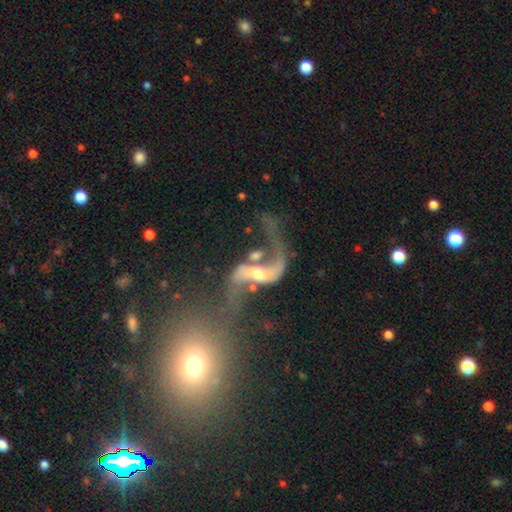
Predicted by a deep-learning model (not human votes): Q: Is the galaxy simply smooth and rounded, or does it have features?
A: featured or disk — 83%.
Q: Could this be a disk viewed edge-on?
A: no — 94%.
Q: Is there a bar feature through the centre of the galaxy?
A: no — 37%.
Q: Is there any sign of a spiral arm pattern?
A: yes — 87%.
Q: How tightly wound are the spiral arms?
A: loose — 91%.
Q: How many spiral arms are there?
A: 2 — 88%.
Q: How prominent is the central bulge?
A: moderate — 51%.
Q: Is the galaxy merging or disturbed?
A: merger — 40%.